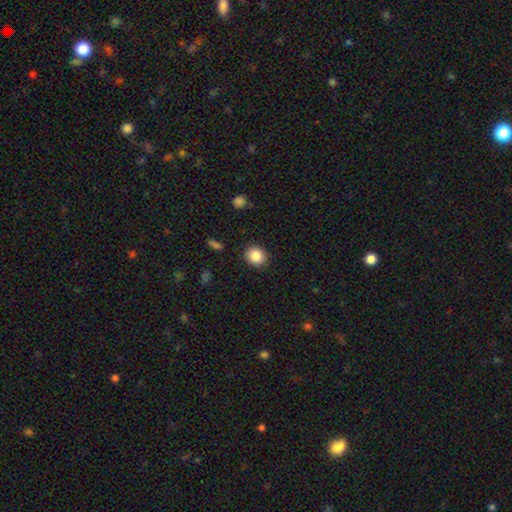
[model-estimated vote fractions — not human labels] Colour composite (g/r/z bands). It shows a smooth galaxy with no disk features (87%) that is round (74%). Merging: none (90%).